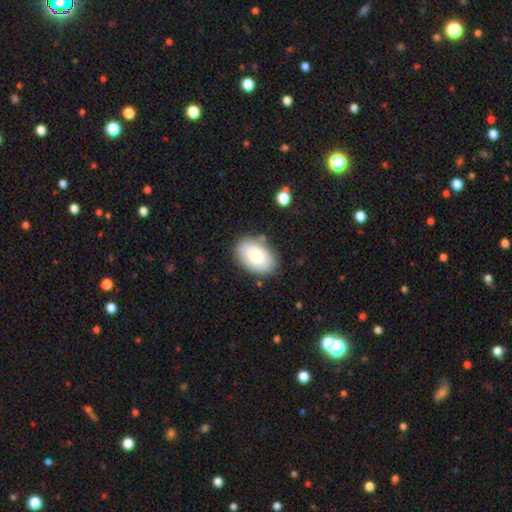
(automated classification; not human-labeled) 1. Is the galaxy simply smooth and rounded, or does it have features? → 78% smooth, 15% featured or disk, 7% star or artifact.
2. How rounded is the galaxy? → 87% in between, 12% round, 1% cigar-shaped.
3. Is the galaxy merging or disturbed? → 81% none, 13% minor disturbance, 3% major disturbance, 3% merger.